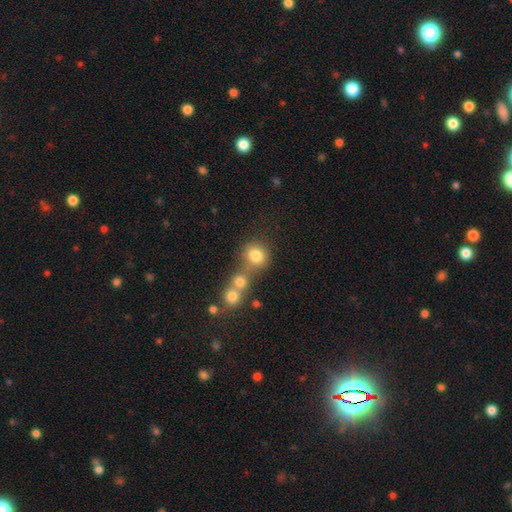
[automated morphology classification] Smooth or featured? Predicted: smooth (p=0.79). How rounded? Predicted: round (p=0.81). Merging? Predicted: none (p=0.51).